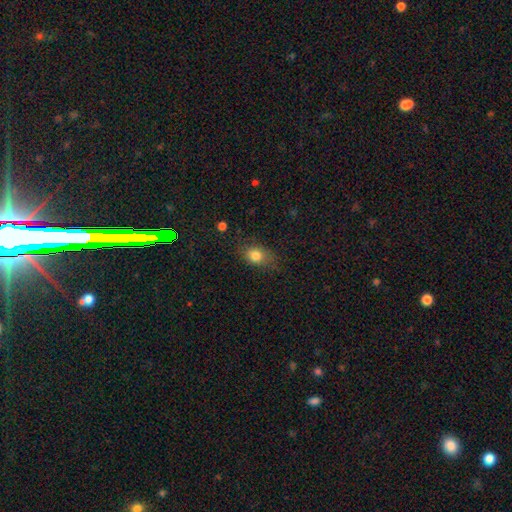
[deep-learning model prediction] This is clearly a smooth galaxy (81%). How rounded: likely in between (66%). Merging: likely none (71%).